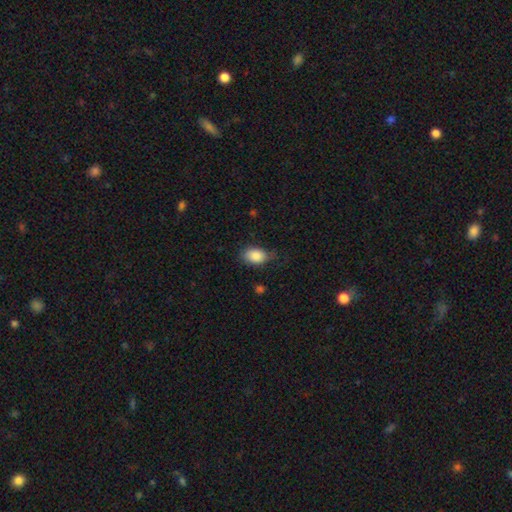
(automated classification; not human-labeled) A smooth galaxy with no disk features (86%) that is in between round and cigar-shaped (86%). Merging: none (66%).